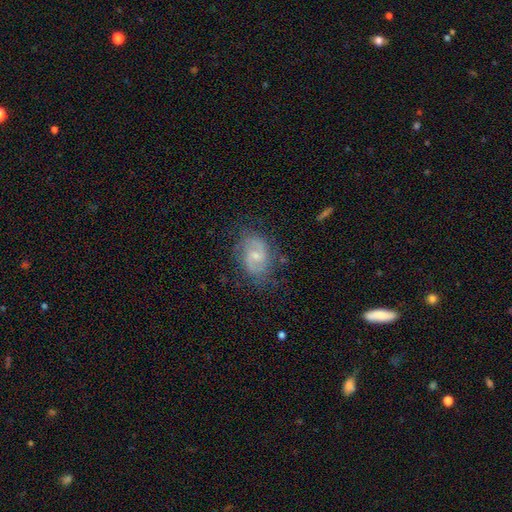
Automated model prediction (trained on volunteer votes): smooth-or-featured: featured or disk: 75% | smooth: 18% | star or artifact: 7%
  disk-edge-on: no: 97% | yes: 3%
    bar: weak: 50% | no: 41% | strong: 9%
    has-spiral-arms: yes: 91% | no: 9%
      spiral-winding: medium: 49% | tight: 26% | loose: 25%
      spiral-arm-count: 2: 82% | can't tell: 11% | 3: 2% | 1: 2% | 4: 1% | more than 4: 1%
    bulge-size: small: 58% | moderate: 35% | none: 4% | large: 2% | dominant: 1%
  merging: none: 72% | minor disturbance: 19% | major disturbance: 8% | merger: 2%